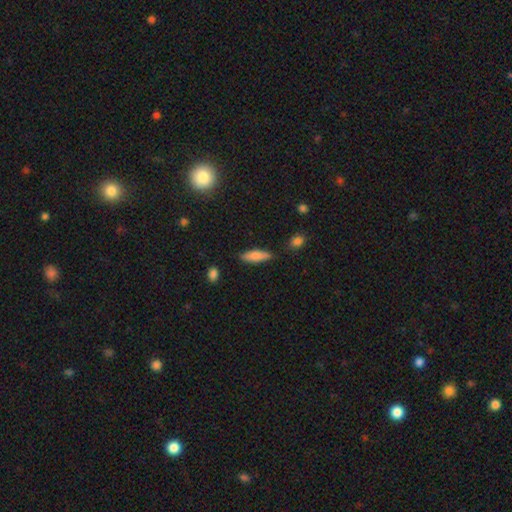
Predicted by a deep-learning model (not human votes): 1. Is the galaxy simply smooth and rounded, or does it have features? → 79% smooth, 15% featured or disk, 7% star or artifact.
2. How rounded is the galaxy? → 62% cigar-shaped, 36% in between, 2% round.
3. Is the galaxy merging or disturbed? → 82% none, 12% minor disturbance, 3% major disturbance, 3% merger.